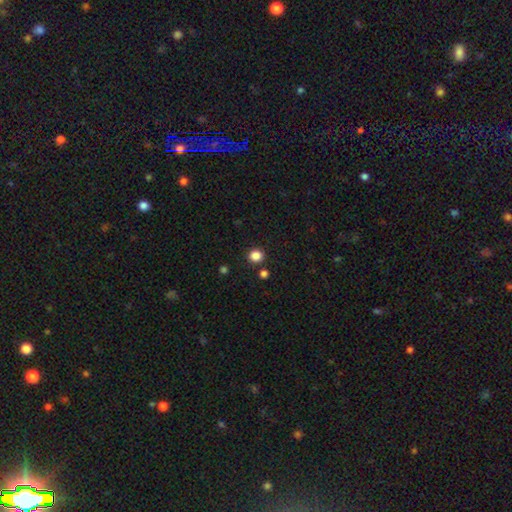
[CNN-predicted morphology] This is clearly a smooth galaxy (85%). How rounded: clearly round (86%). Merging: clearly none (88%).